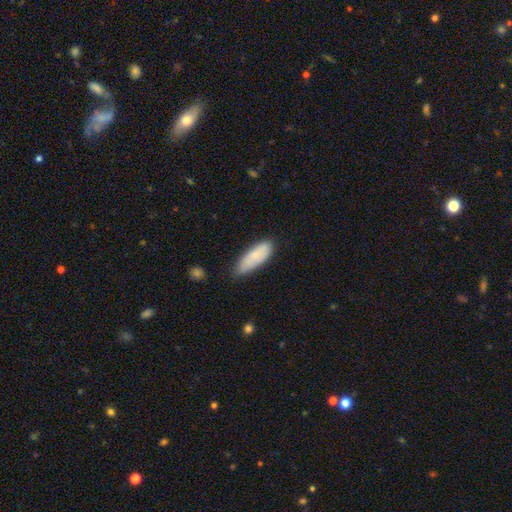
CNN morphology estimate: smooth-or-featured: smooth: 79% | featured or disk: 15% | star or artifact: 6%
  how-rounded: in between: 69% | cigar-shaped: 30% | round: 2%
  merging: none: 66% | minor disturbance: 27% | major disturbance: 4% | merger: 2%